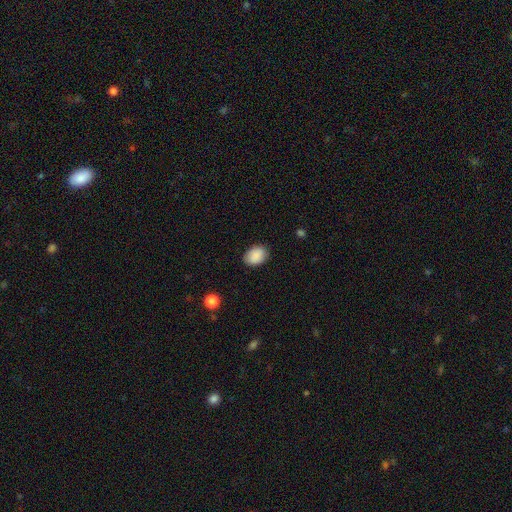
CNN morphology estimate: Overall: smooth (89%). How rounded: in between (77%). Merging: none (85%).